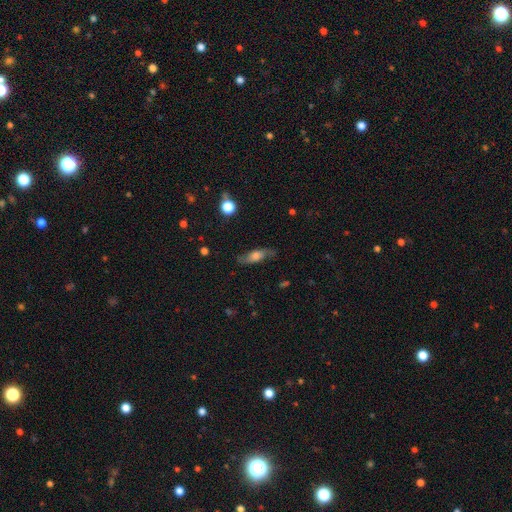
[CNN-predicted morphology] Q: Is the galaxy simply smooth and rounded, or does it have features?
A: featured or disk — 52%.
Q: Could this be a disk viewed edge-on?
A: no — 61%.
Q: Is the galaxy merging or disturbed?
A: none — 72%.